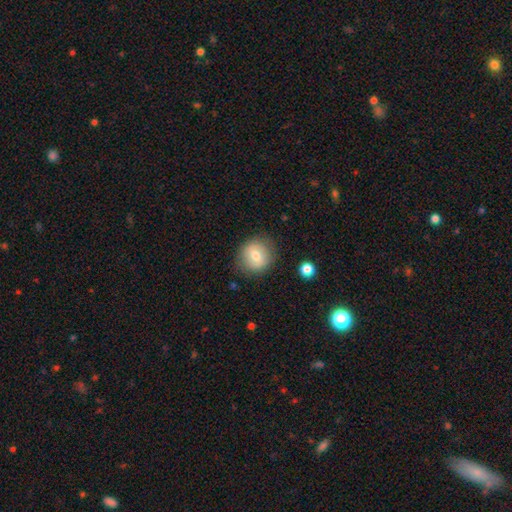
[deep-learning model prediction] smooth-or-featured: smooth: 72% | featured or disk: 20% | star or artifact: 9%
  how-rounded: round: 84% | in between: 15% | cigar-shaped: 1%
  merging: none: 82% | minor disturbance: 13% | major disturbance: 4% | merger: 2%